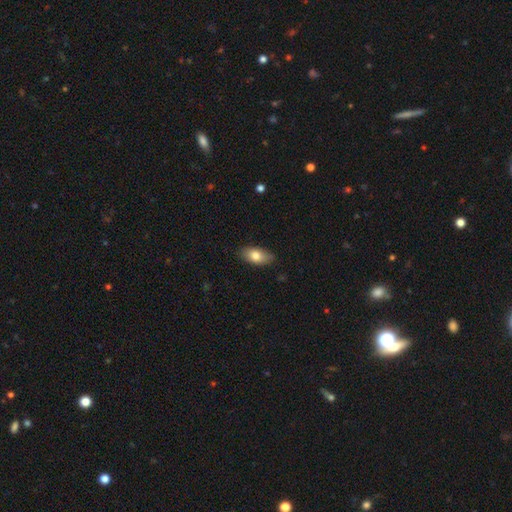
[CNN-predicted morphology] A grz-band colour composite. It shows a smooth galaxy with no disk features (79%) that is in between round and cigar-shaped (89%). Merging: none (80%).